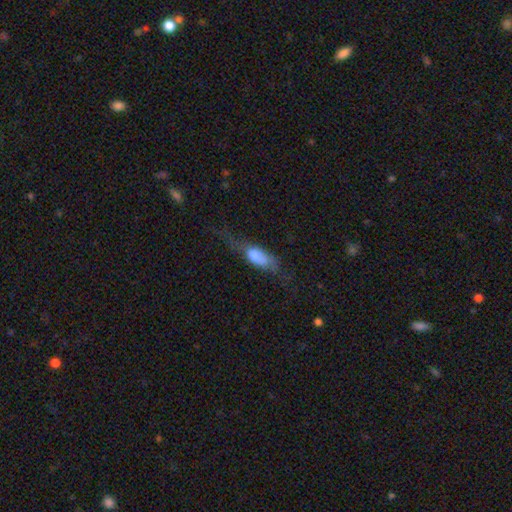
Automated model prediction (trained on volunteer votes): The model was most divided on "merging": major disturbance: 37%, none: 33%, minor disturbance: 27%, merger: 3%. More confident: how rounded — in between (67%); smooth or featured — smooth (61%).